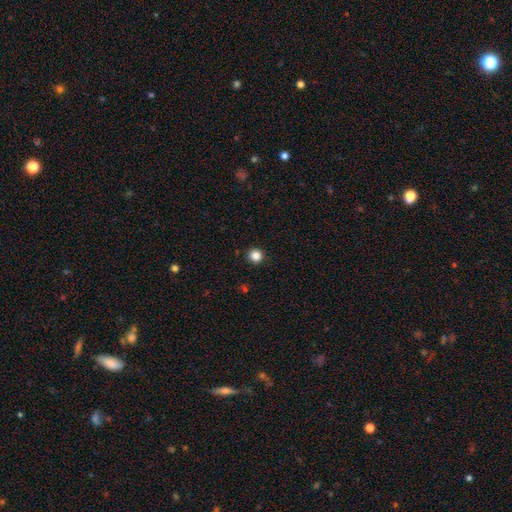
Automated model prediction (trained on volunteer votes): A smooth galaxy with no disk features (85%) that is round (95%). Merging: none (93%).